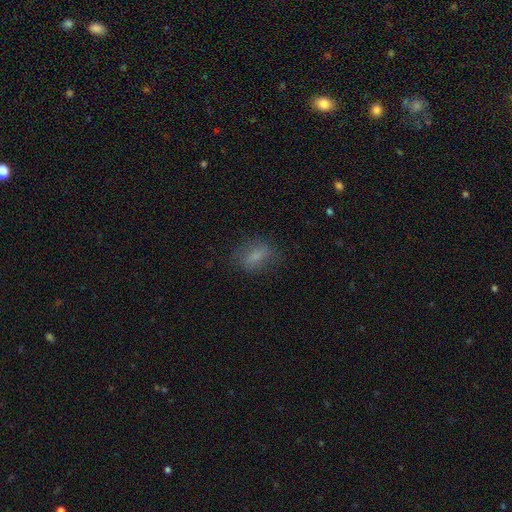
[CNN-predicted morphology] smooth 71%, featured or disk 17%, star or artifact 11%. Down the decision tree: how rounded — in between (73%); merging — none (75%).